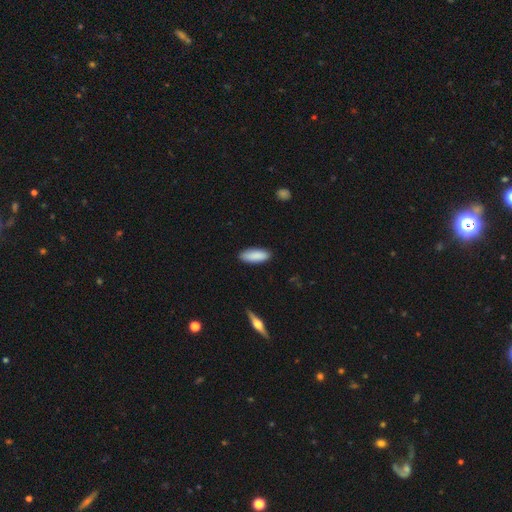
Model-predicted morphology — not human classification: smooth-or-featured: smooth: 89% | star or artifact: 6% | featured or disk: 5%
  how-rounded: in between: 69% | cigar-shaped: 30% | round: 2%
  merging: none: 88% | minor disturbance: 10% | major disturbance: 2% | merger: 1%